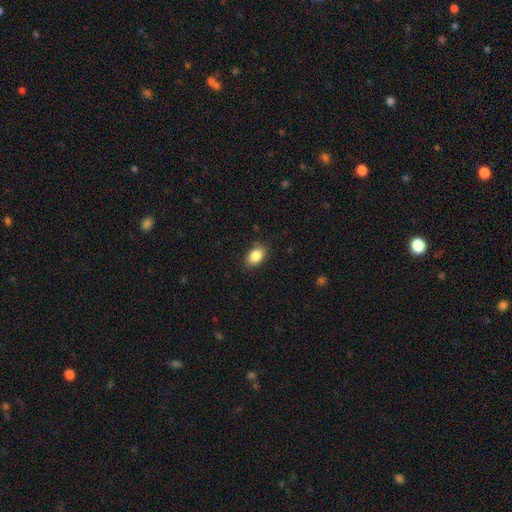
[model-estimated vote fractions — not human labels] This is clearly a smooth galaxy (87%). How rounded: clearly in between (83%). Merging: clearly none (82%).